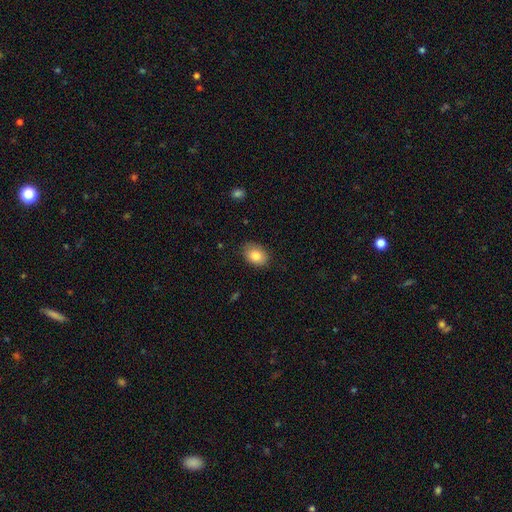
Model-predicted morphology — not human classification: A smooth galaxy with no disk features (84%) that is in between round and cigar-shaped (78%).

Vote fractions:
- Smooth or featured? smooth: 84% / featured or disk: 8% / star or artifact: 8%
- How rounded? in between: 78% / round: 21% / cigar-shaped: 1%
- Merging? none: 84% / minor disturbance: 13% / major disturbance: 3% / merger: 1%